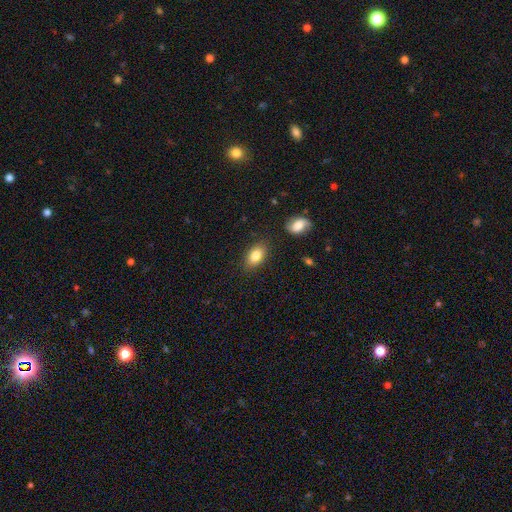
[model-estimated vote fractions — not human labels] Q: Smooth or featured?
A: smooth (82%); runner-up: featured or disk (10%)
Q: How rounded?
A: in between (88%); runner-up: round (11%)
Q: Merging?
A: none (84%); runner-up: minor disturbance (10%)